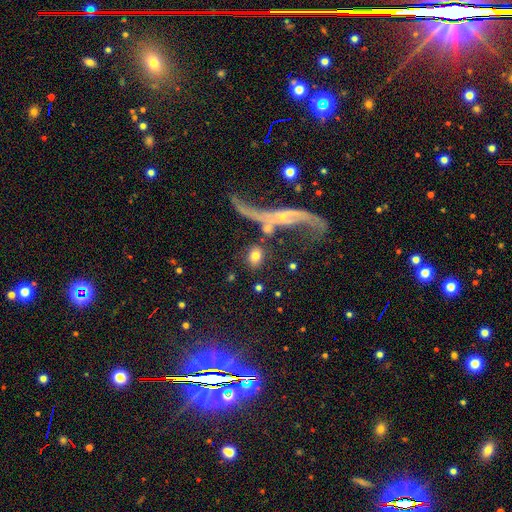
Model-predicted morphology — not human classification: type=smooth (74%); roundness=in between (53%); merging=none (69%).